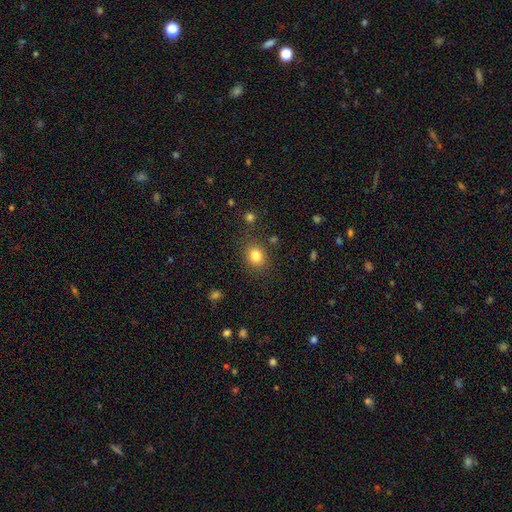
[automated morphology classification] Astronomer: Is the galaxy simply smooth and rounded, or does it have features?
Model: smooth — 82%.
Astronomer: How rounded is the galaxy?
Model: round — 61% (runner-up: in between, 38%).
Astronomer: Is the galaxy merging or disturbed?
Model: none — 82%.